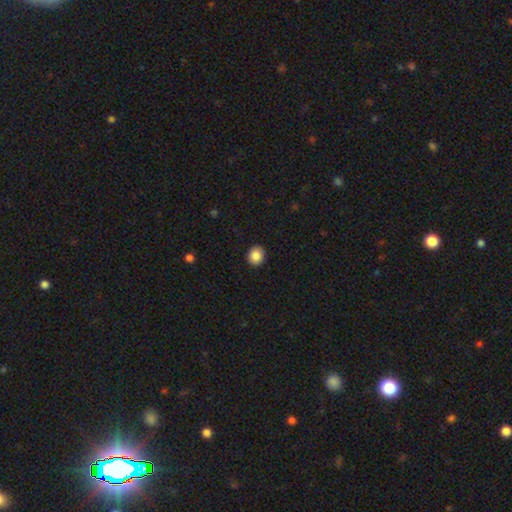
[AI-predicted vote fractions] A smooth galaxy with no disk features (87%) that is round (66%).

Vote fractions:
- Smooth or featured? smooth: 87% / star or artifact: 9% / featured or disk: 4%
- How rounded? round: 66% / in between: 33% / cigar-shaped: 1%
- Merging? none: 92% / minor disturbance: 6% / major disturbance: 2% / merger: 1%